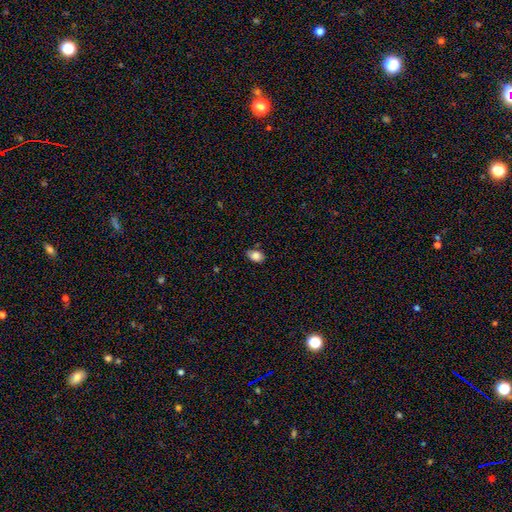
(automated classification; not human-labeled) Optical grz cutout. It shows a smooth galaxy with no disk features (82%) that is in between round and cigar-shaped (81%). Merging: none (67%).